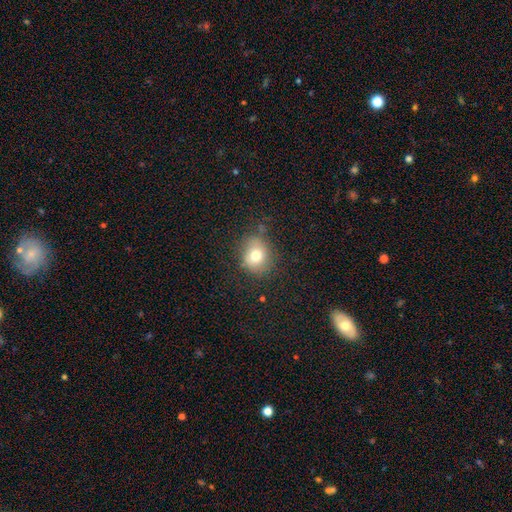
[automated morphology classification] Smooth or featured? smooth (76%)
How rounded? round (72%)
Merging? none (74%)